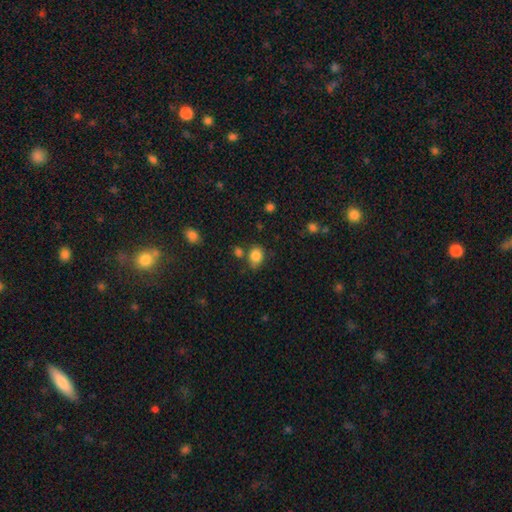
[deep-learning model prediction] Q: Smooth or featured?
A: smooth (84%); runner-up: star or artifact (10%)
Q: How rounded?
A: in between (51%); runner-up: round (48%)
Q: Merging?
A: none (65%); runner-up: minor disturbance (19%)